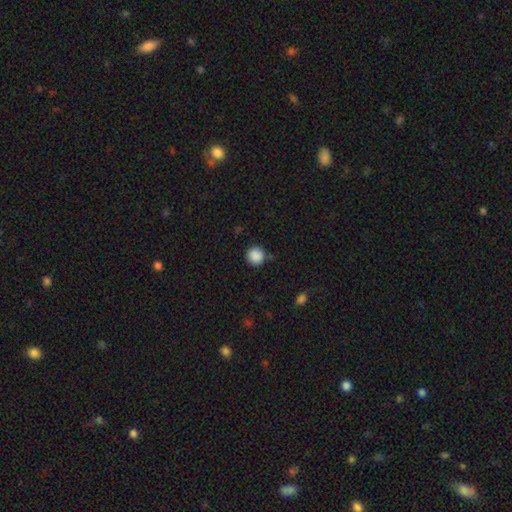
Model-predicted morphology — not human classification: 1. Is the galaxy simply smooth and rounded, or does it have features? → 88% smooth, 9% star or artifact, 2% featured or disk.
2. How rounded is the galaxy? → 95% round, 4% in between, 1% cigar-shaped.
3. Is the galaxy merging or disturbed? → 88% none, 8% minor disturbance, 2% major disturbance, 2% merger.